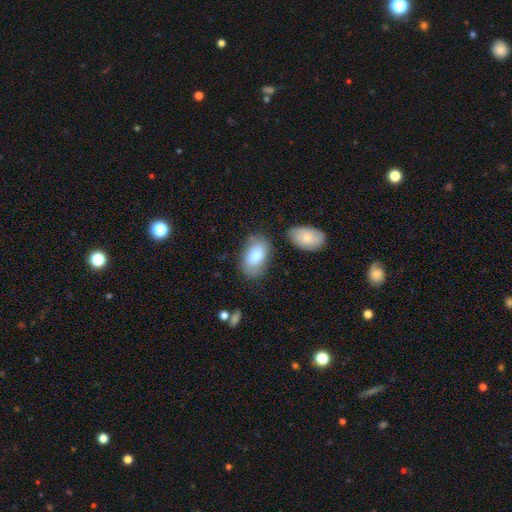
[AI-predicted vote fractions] The model was most divided on "merging": none: 71%, minor disturbance: 18%, merger: 7%, major disturbance: 5%. More confident: how rounded — in between (94%); smooth or featured — smooth (81%).